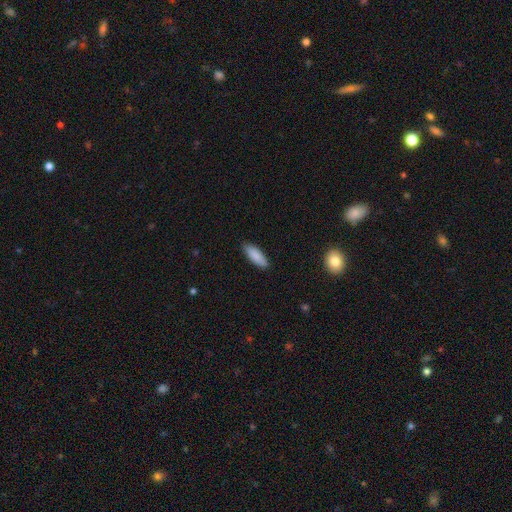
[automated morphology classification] The model was most divided on "how rounded": in between: 62%, cigar-shaped: 37%, round: 2%. More confident: smooth or featured — smooth (87%); merging — none (85%).